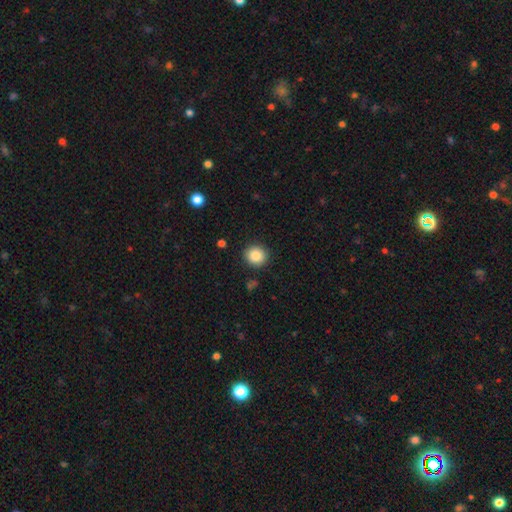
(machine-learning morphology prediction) This is clearly a smooth galaxy (87%). How rounded: clearly round (89%). Merging: clearly none (89%).